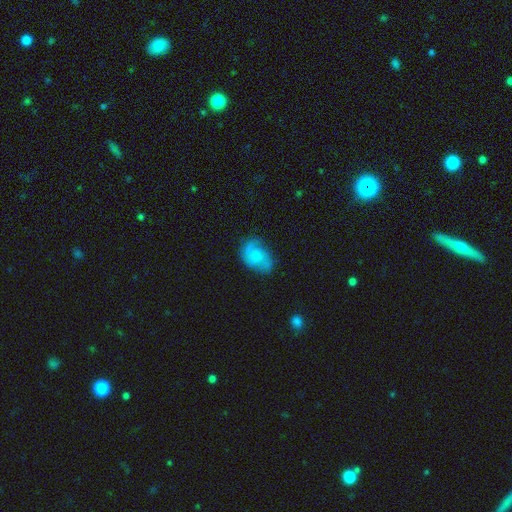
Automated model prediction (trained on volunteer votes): This is possibly a smooth galaxy (47%). Merging: likely none (62%).